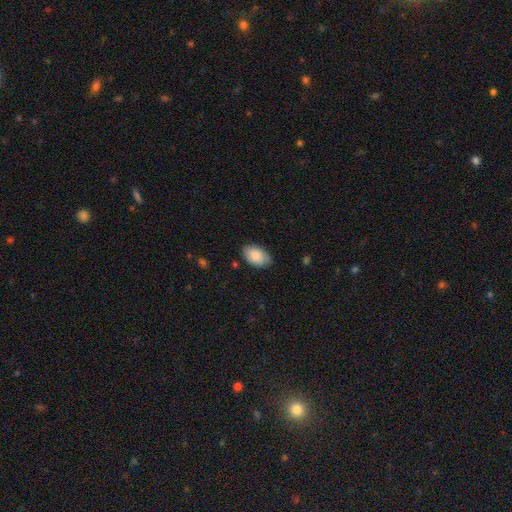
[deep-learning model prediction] Q: Smooth or featured?
A: smooth (86%); runner-up: featured or disk (7%)
Q: How rounded?
A: in between (91%); runner-up: round (8%)
Q: Merging?
A: none (77%); runner-up: minor disturbance (19%)